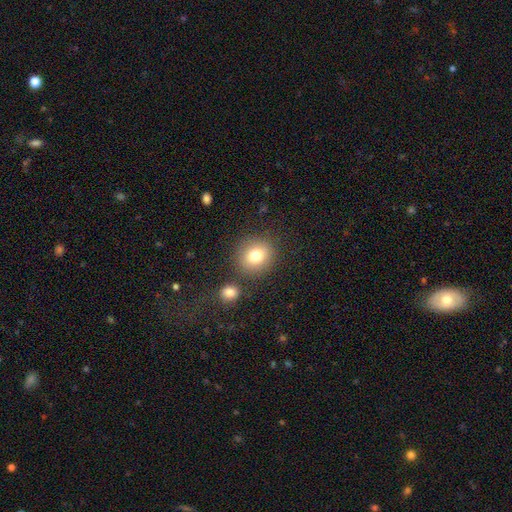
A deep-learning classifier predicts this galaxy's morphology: smooth_or_featured: smooth (p=0.78) [alt: star or artifact p=0.11]
how_rounded: round (p=0.81) [alt: in between p=0.18]
merging: none (p=0.79) [alt: minor disturbance p=0.09]